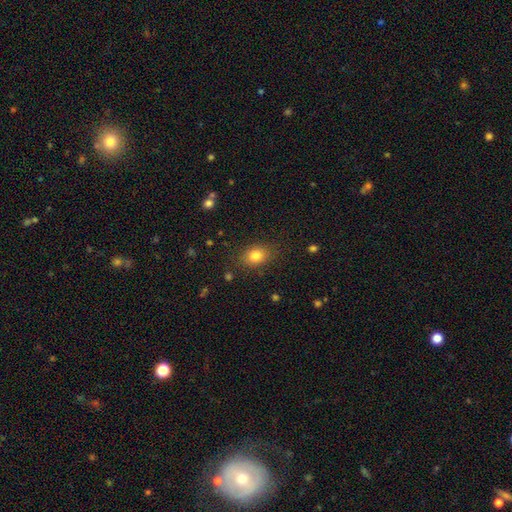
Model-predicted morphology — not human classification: The model was most divided on "how rounded": in between: 62%, round: 37%, cigar-shaped: 1%. More confident: merging — none (83%); smooth or featured — smooth (81%).